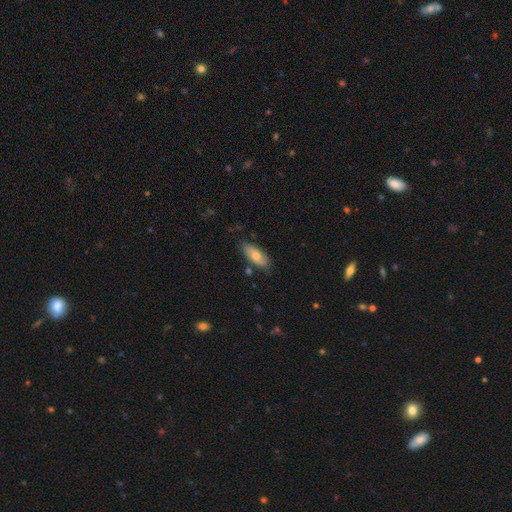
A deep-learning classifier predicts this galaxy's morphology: Smooth or featured?
  - smooth: 72% *
  - featured or disk: 22%
  - star or artifact: 6%
How rounded?
  - in between: 81% *
  - cigar-shaped: 16%
  - round: 2%
Merging?
  - none: 78% *
  - minor disturbance: 16%
  - major disturbance: 3%
  - merger: 3%